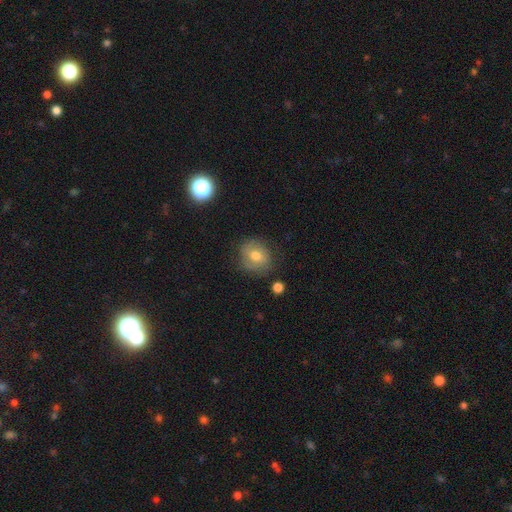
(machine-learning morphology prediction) This appears to be a smooth galaxy with no disk features (59%) that is round (74%). Merging: none (72%).